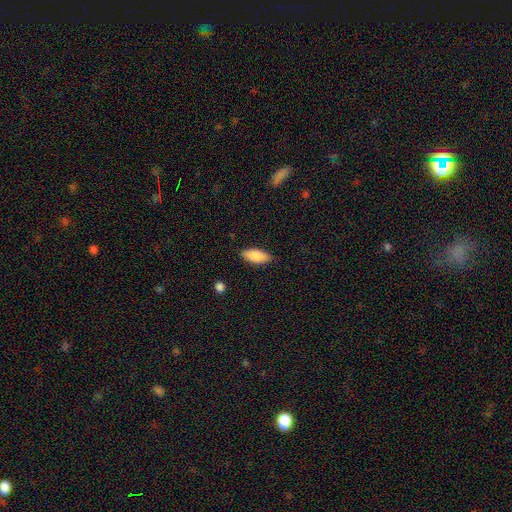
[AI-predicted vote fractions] A smooth galaxy with no disk features (85%) that is in between round and cigar-shaped (87%). Merging: none (85%).